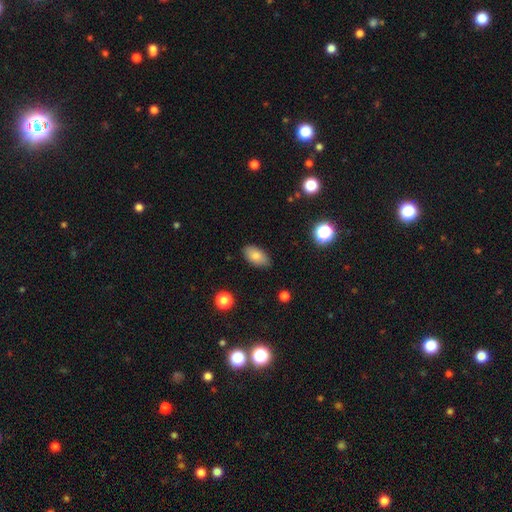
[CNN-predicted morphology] Smooth or featured: smooth — 81% (featured or disk — 11%)
How rounded: in between — 92% (round — 5%)
Merging: none — 84% (minor disturbance — 13%)